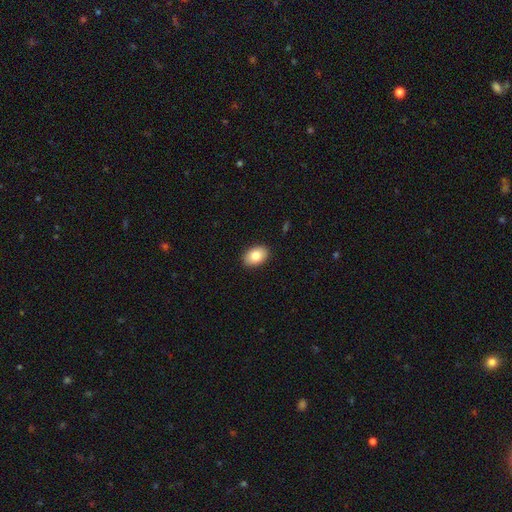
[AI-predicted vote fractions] Q: Smooth or featured?
A: smooth (83%); runner-up: featured or disk (10%)
Q: How rounded?
A: in between (87%); runner-up: round (11%)
Q: Merging?
A: none (90%); runner-up: minor disturbance (7%)